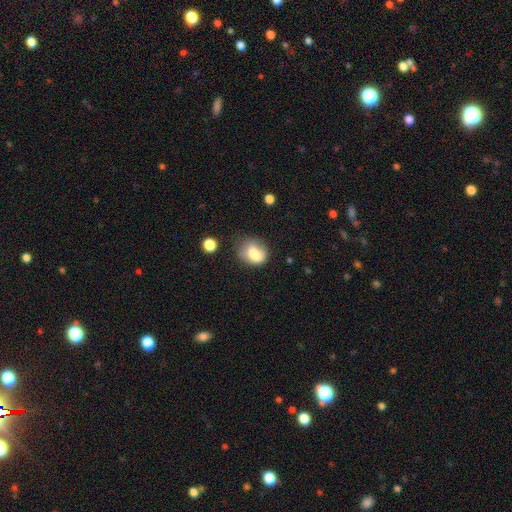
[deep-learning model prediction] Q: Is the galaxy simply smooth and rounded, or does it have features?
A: smooth — 73%.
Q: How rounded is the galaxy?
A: in between — 51%.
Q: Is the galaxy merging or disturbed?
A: none — 43%.